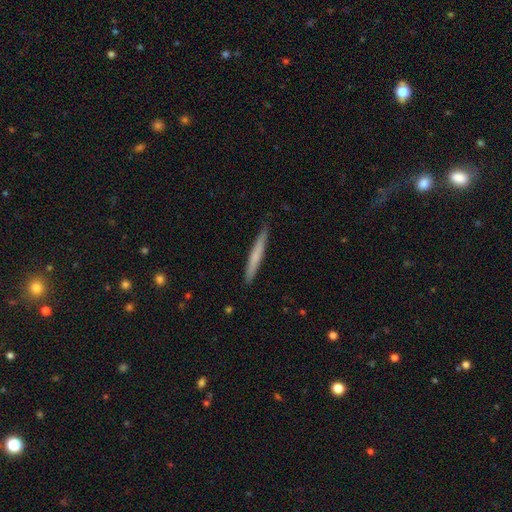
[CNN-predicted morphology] Q: Smooth or featured?
A: smooth (62%); runner-up: featured or disk (33%)
Q: How rounded?
A: cigar-shaped (97%); runner-up: in between (2%)
Q: Merging?
A: none (88%); runner-up: minor disturbance (10%)